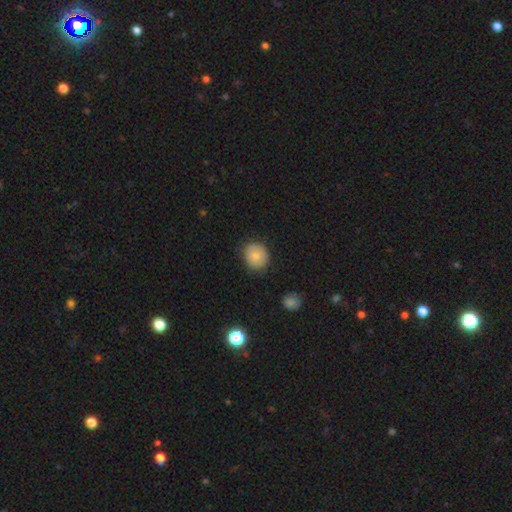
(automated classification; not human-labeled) Overall: smooth (80%). How rounded: round (75%). Merging: none (81%).